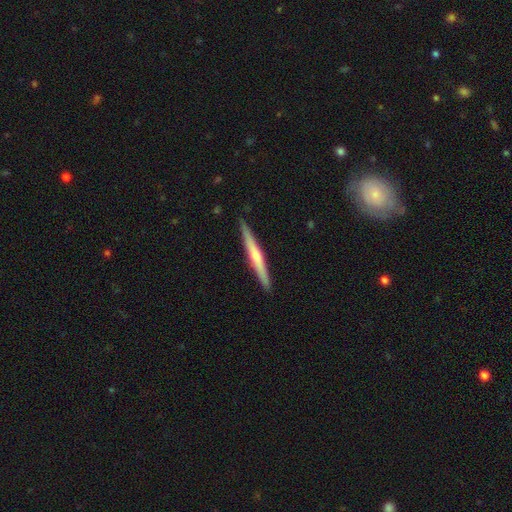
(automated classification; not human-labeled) Smooth or featured? Predicted: featured or disk (p=0.70). Edge-on disk? Predicted: yes (p=0.97). Edge-on bulge? Predicted: rounded (p=0.75). Merging? Predicted: none (p=0.91).